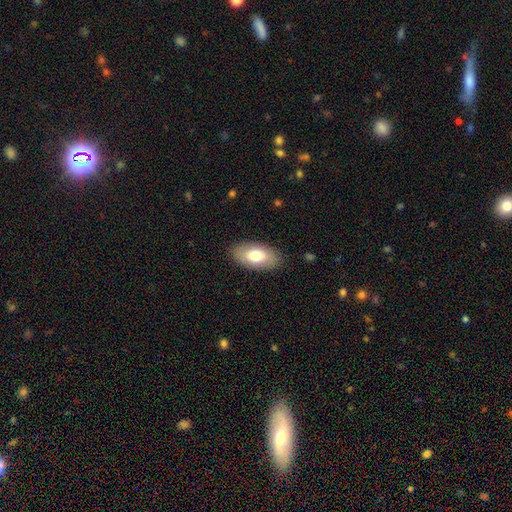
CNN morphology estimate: smooth 73%, featured or disk 21%, star or artifact 6%. Down the decision tree: how rounded — in between (93%); merging — none (86%).